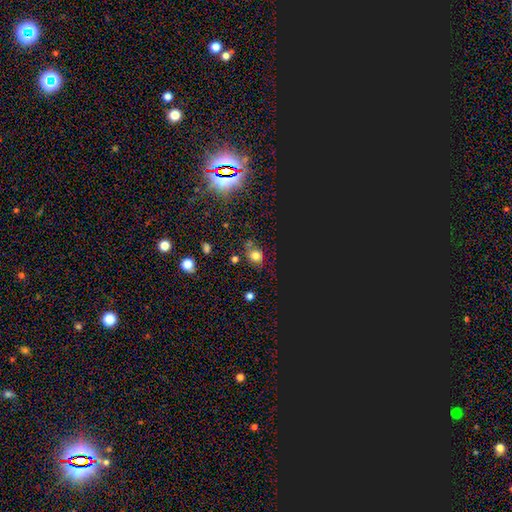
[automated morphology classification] A smooth galaxy with no disk features (64%) that is round (69%).

Vote fractions:
- Smooth or featured? smooth: 64% / star or artifact: 28% / featured or disk: 8%
- How rounded? round: 69% / in between: 29% / cigar-shaped: 2%
- Merging? none: 71% / minor disturbance: 16% / merger: 8% / major disturbance: 6%